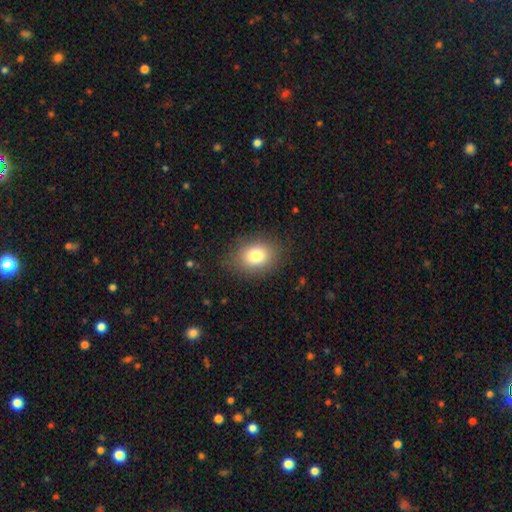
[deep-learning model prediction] This appears to be a smooth galaxy with no disk features (80%) that is in between round and cigar-shaped (60%). Merging: none (84%).